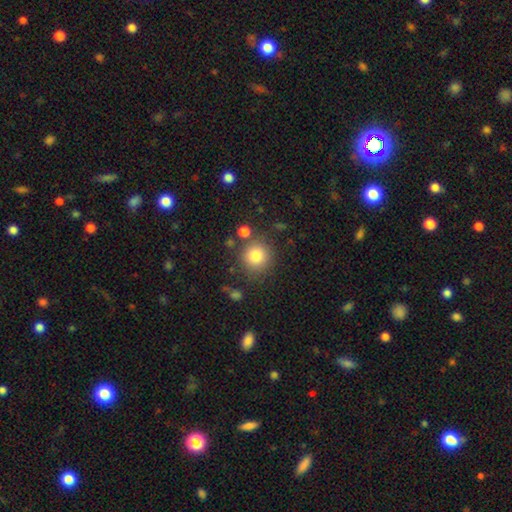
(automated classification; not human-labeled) smooth-or-featured: smooth: 82% | star or artifact: 11% | featured or disk: 7%
  how-rounded: round: 92% | in between: 7% | cigar-shaped: 1%
  merging: none: 80% | minor disturbance: 10% | merger: 6% | major disturbance: 4%